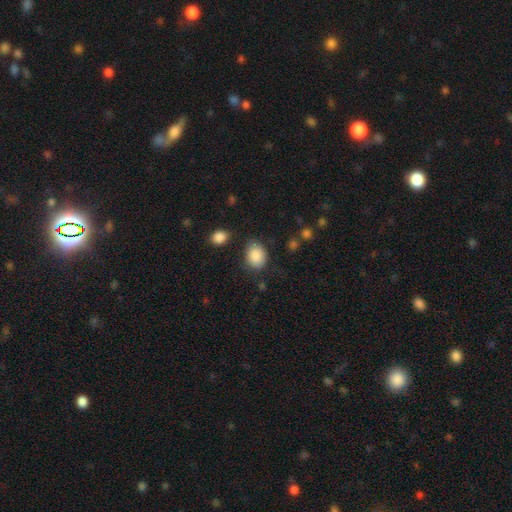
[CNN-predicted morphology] A smooth galaxy with no disk features (88%) that is in between round and cigar-shaped (63%).

Vote fractions:
- Smooth or featured? smooth: 88% / star or artifact: 8% / featured or disk: 4%
- How rounded? in between: 63% / round: 36% / cigar-shaped: 1%
- Merging? none: 71% / minor disturbance: 20% / major disturbance: 6% / merger: 3%